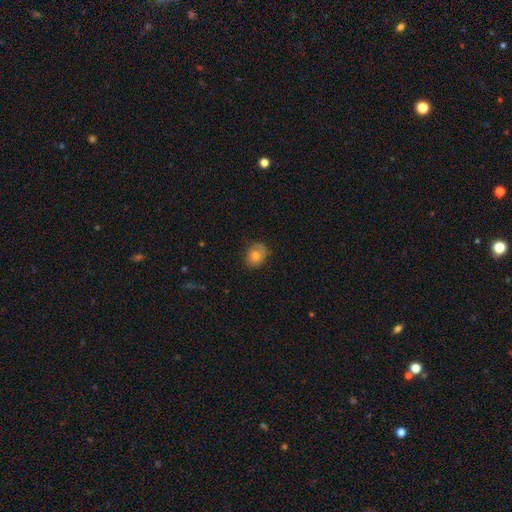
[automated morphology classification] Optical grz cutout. It shows a smooth galaxy with no disk features (68%) that is round (61%). Merging: none (68%).